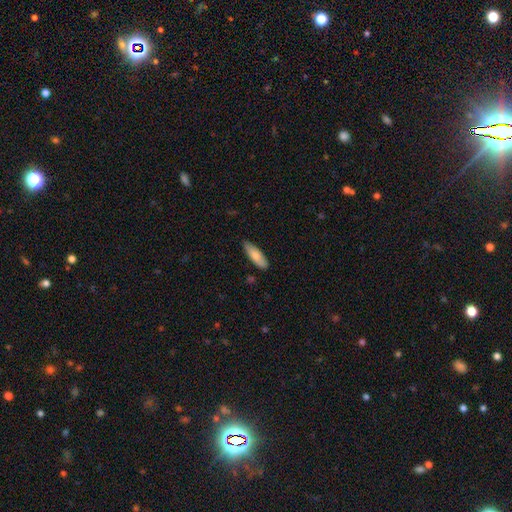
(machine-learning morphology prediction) This is likely a smooth galaxy (79%). How rounded: possibly in between (54%). Merging: clearly none (82%).